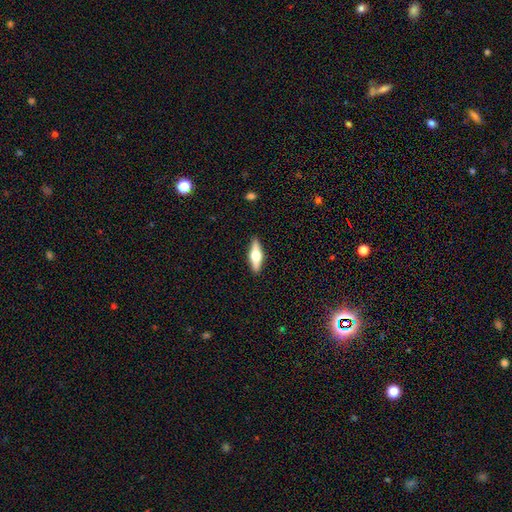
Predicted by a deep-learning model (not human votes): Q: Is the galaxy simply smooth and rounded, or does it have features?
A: featured or disk — 60%.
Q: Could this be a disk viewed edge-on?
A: yes — 95%.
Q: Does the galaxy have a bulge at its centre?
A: rounded — 95%.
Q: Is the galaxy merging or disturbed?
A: none — 91%.